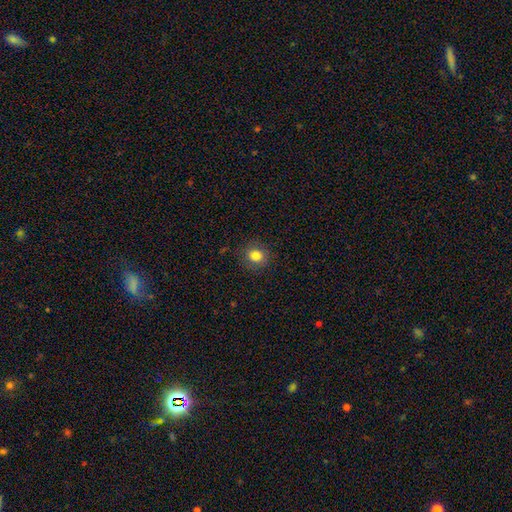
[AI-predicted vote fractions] smooth 82%, star or artifact 11%, featured or disk 7%. Down the decision tree: how rounded — round (81%); merging — none (88%).